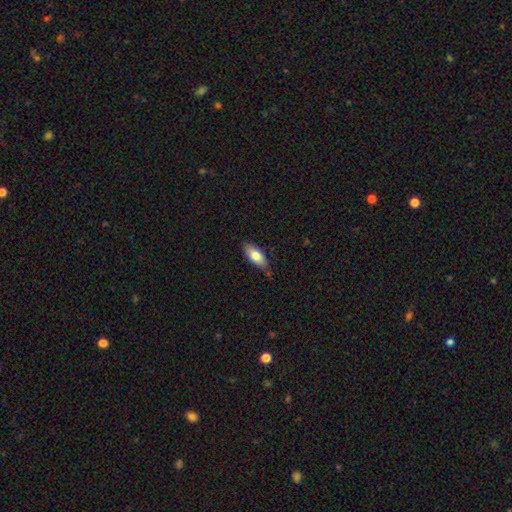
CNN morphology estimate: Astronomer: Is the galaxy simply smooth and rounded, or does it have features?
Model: smooth — 76%.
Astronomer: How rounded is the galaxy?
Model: in between — 81%.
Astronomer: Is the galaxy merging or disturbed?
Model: none — 76%.